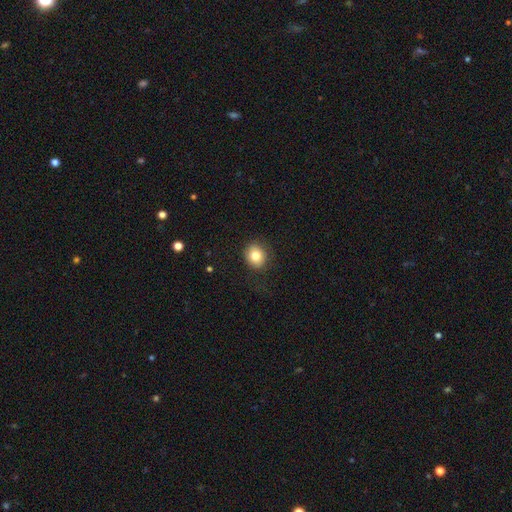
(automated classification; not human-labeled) Overall: smooth (80%). How rounded: round (72%). Merging: none (83%).